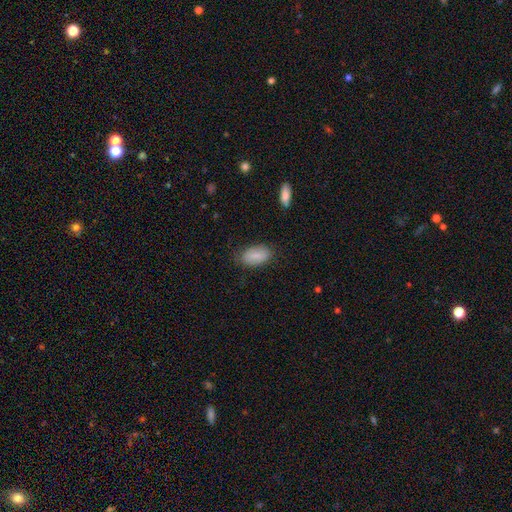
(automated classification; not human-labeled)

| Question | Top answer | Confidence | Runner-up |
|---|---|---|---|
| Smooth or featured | smooth | 82% | featured or disk (11%) |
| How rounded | in between | 93% | round (4%) |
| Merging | none | 80% | minor disturbance (15%) |